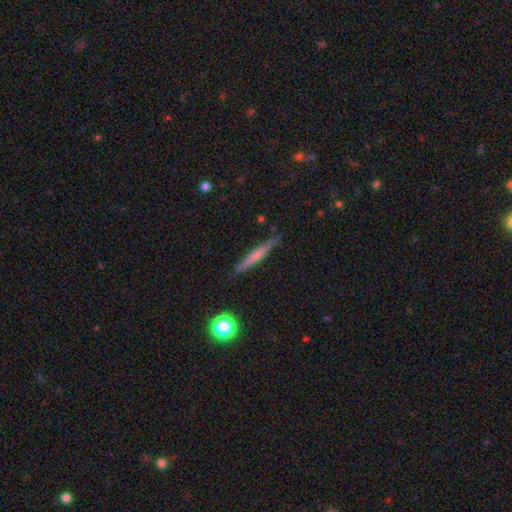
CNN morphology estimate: smooth 51%, featured or disk 42%, star or artifact 7%. Down the decision tree: how rounded — cigar-shaped (93%); merging — none (87%).